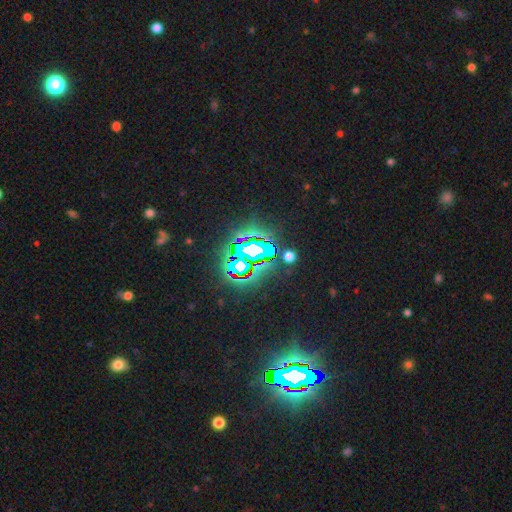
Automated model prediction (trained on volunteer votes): smooth_or_featured: star or artifact (p=0.76) [alt: smooth p=0.12]